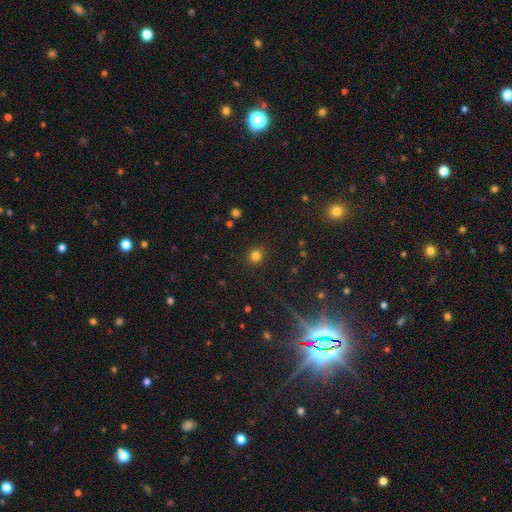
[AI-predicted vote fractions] Smooth or featured?
  - smooth: 81% *
  - star or artifact: 15%
  - featured or disk: 5%
How rounded?
  - round: 90% *
  - in between: 9%
  - cigar-shaped: 1%
Merging?
  - none: 90% *
  - minor disturbance: 6%
  - major disturbance: 3%
  - merger: 1%